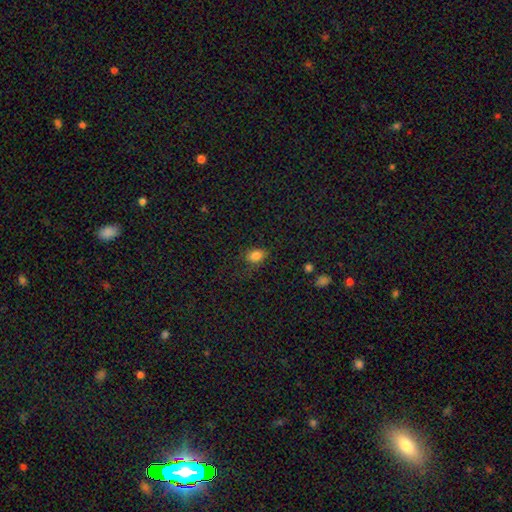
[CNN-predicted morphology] Overall: smooth (84%). How rounded: in between (72%). Merging: none (70%).